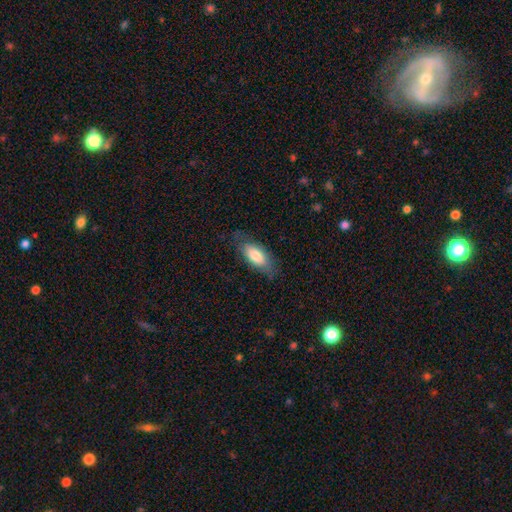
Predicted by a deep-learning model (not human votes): Overall: smooth (77%). How rounded: in between (83%). Merging: none (74%).